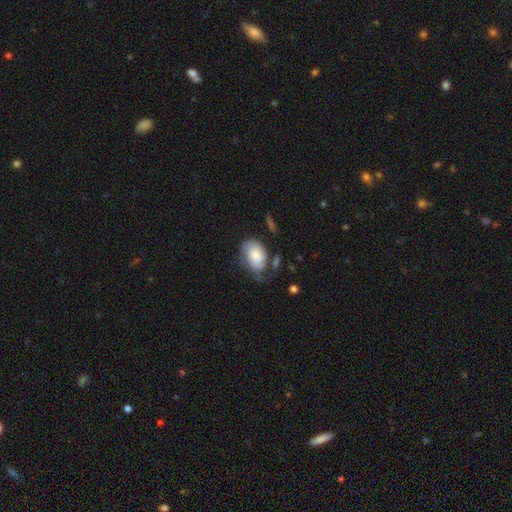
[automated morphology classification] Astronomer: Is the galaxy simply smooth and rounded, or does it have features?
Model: smooth — 59%.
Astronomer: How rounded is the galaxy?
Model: in between — 83%.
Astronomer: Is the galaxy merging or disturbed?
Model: none — 37% (runner-up: minor disturbance, 32%).